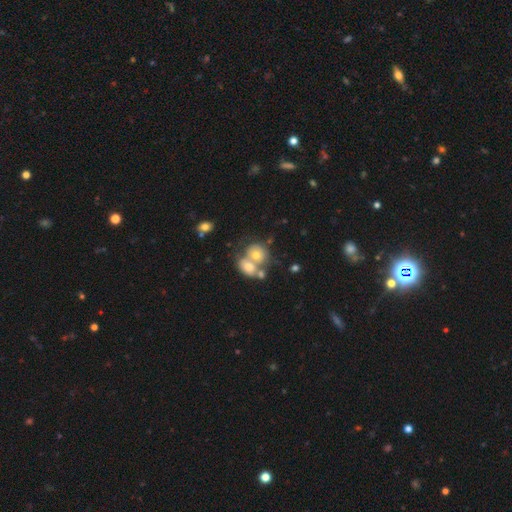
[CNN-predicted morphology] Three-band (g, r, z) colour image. It shows a smooth galaxy with no disk features (59%) that is round (65%). Merging: merger (59%).